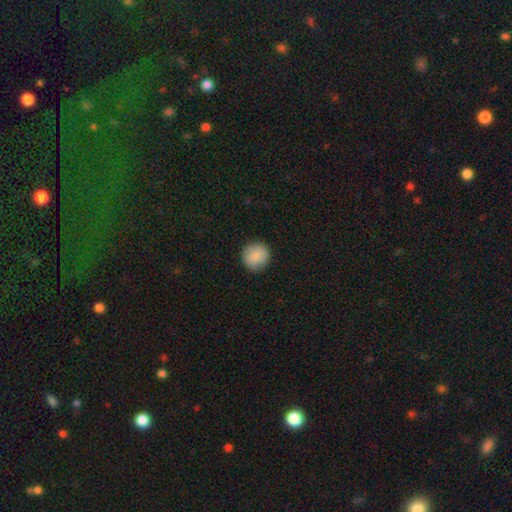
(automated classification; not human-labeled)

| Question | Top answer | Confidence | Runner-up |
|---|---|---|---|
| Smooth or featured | smooth | 89% | star or artifact (7%) |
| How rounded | round | 93% | in between (6%) |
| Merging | none | 90% | minor disturbance (7%) |